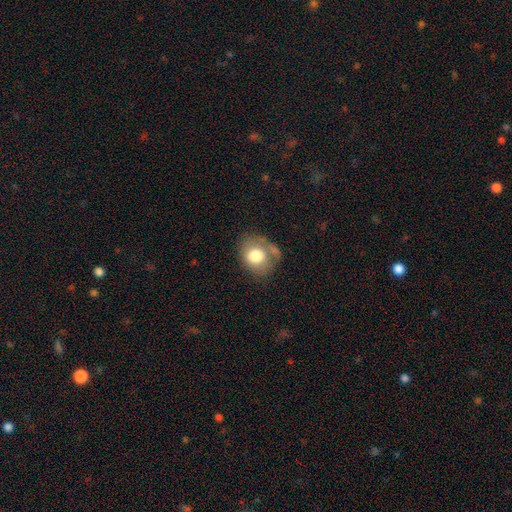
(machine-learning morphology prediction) smooth_or_featured: smooth (p=0.73) [alt: featured or disk p=0.19]
how_rounded: round (p=0.58) [alt: in between p=0.41]
merging: none (p=0.47) [alt: minor disturbance p=0.27]